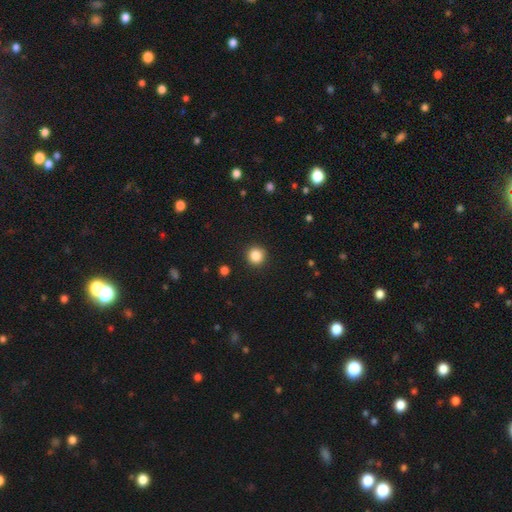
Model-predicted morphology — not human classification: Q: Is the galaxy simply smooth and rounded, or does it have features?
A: smooth — 86%.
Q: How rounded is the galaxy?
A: round — 94%.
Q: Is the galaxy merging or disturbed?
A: none — 92%.